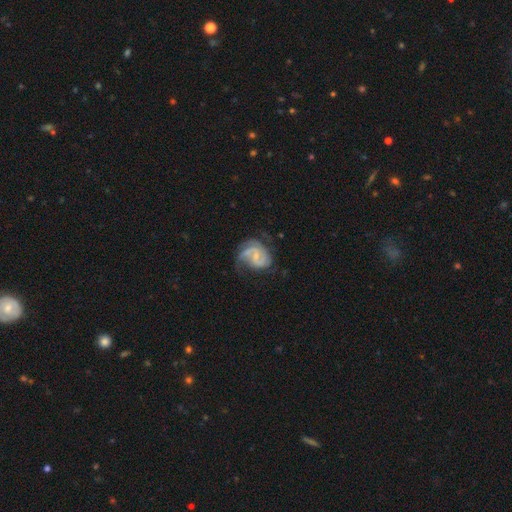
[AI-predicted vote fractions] smooth-or-featured: featured or disk: 83% | smooth: 11% | star or artifact: 6%
  disk-edge-on: no: 98% | yes: 2%
    bar: weak: 50% | no: 37% | strong: 13%
    has-spiral-arms: yes: 95% | no: 5%
      spiral-winding: medium: 47% | tight: 31% | loose: 22%
      spiral-arm-count: 2: 55% | can't tell: 14% | 3: 14% | 1: 11% | 4: 3% | more than 4: 3%
    bulge-size: small: 63% | moderate: 21% | none: 13% | large: 1% | dominant: 1%
  merging: none: 53% | minor disturbance: 24% | major disturbance: 21% | merger: 3%